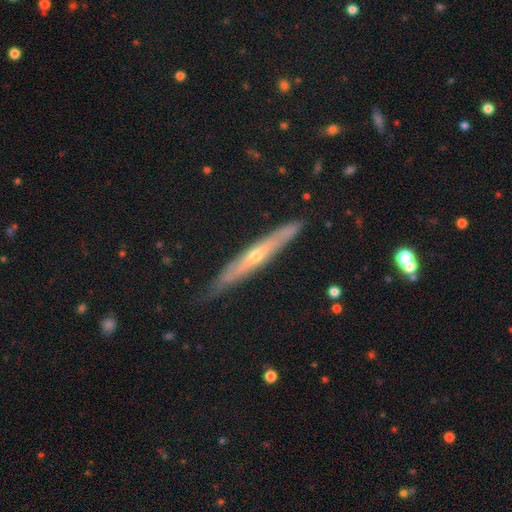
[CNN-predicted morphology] A featured or disk galaxy (69%) viewed edge-on (87%) with a rounded central bulge (69%). Merging: none (81%).